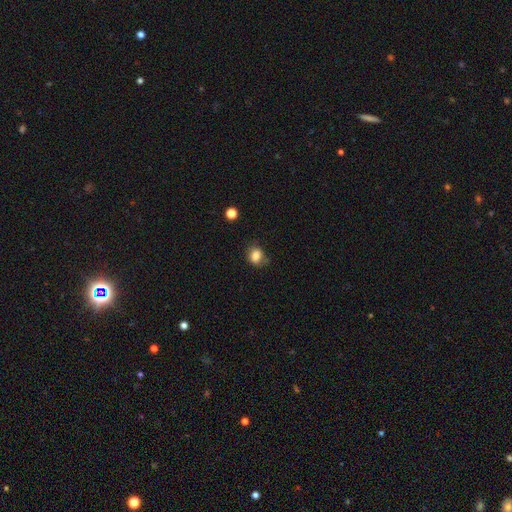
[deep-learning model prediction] smooth-or-featured: smooth: 81% | star or artifact: 10% | featured or disk: 8%
  how-rounded: round: 51% | in between: 48% | cigar-shaped: 1%
  merging: none: 64% | minor disturbance: 24% | major disturbance: 7% | merger: 4%